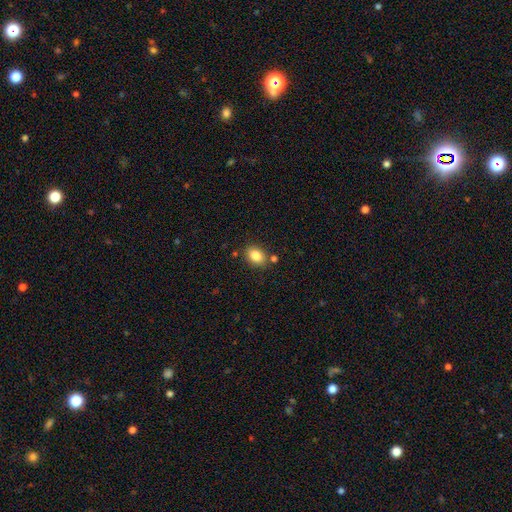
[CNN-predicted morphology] Overall: smooth (84%). How rounded: in between (64%; round 35%). Merging: none (78%).